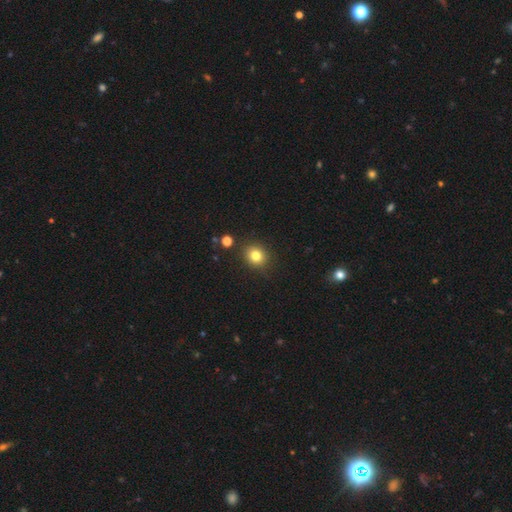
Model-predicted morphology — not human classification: Smooth or featured? smooth (80%)
How rounded? round (78%)
Merging? none (87%)